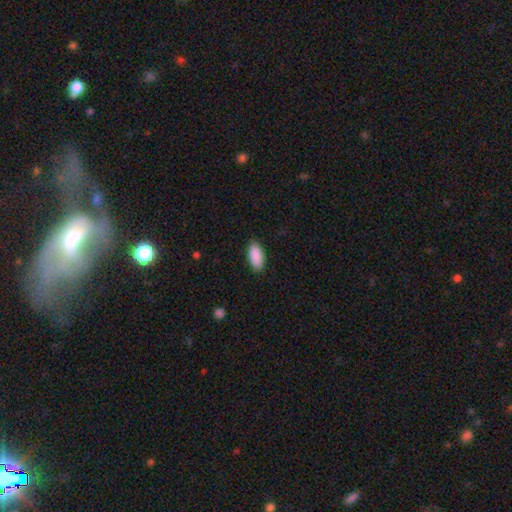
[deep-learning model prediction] smooth-or-featured: smooth: 91% | star or artifact: 6% | featured or disk: 3%
  how-rounded: in between: 91% | cigar-shaped: 7% | round: 2%
  merging: none: 88% | minor disturbance: 9% | major disturbance: 2% | merger: 1%